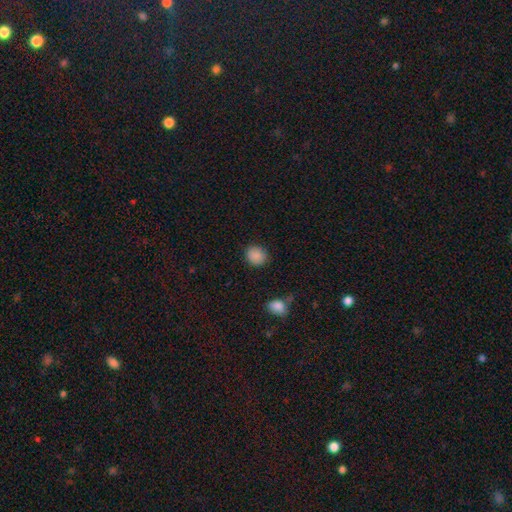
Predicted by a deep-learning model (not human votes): Q: Smooth or featured?
A: smooth (88%); runner-up: star or artifact (9%)
Q: How rounded?
A: round (77%); runner-up: in between (22%)
Q: Merging?
A: none (87%); runner-up: minor disturbance (9%)